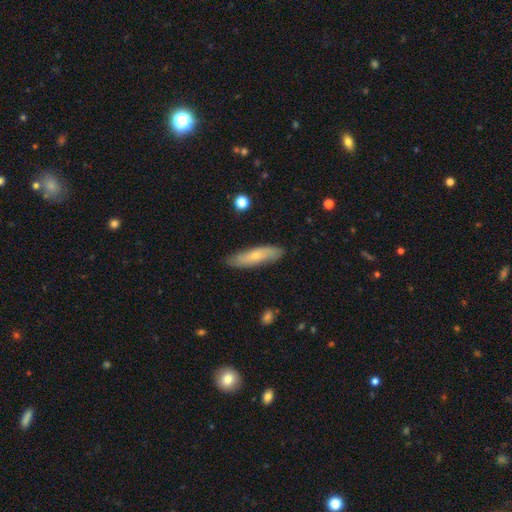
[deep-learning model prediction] The model was most divided on "smooth or featured": smooth: 58%, featured or disk: 36%, star or artifact: 6%. More confident: merging — none (84%); how rounded — cigar-shaped (66%).